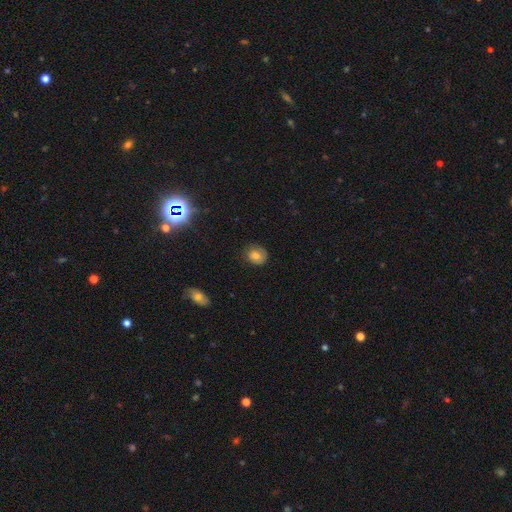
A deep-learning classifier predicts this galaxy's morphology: smooth-or-featured: smooth: 71% | featured or disk: 17% | star or artifact: 11%
  how-rounded: round: 69% | in between: 30% | cigar-shaped: 1%
  merging: none: 73% | minor disturbance: 20% | major disturbance: 5% | merger: 1%